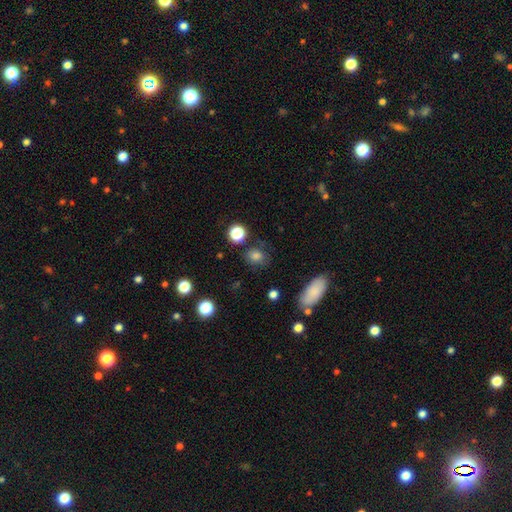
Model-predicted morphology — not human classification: Smooth or featured? Predicted: smooth (p=0.78). How rounded? Predicted: round (p=0.67). Merging? Predicted: none (p=0.75).